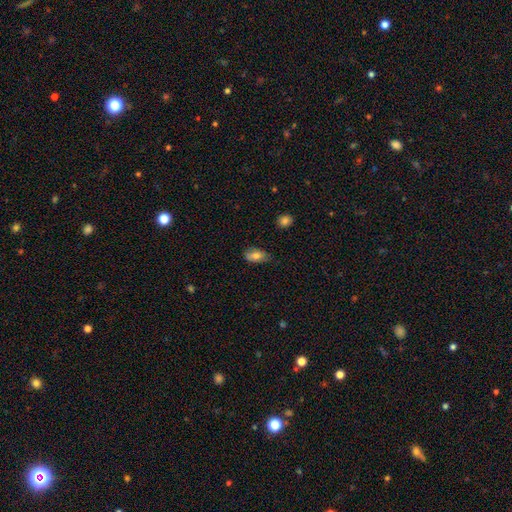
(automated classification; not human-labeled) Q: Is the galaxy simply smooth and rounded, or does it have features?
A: smooth — 76%.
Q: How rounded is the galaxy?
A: in between — 90%.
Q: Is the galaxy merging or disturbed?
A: none — 69%.